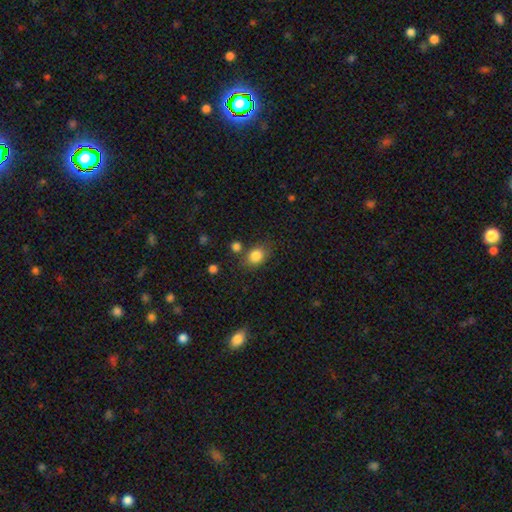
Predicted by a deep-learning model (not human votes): Q: Smooth or featured?
A: smooth (84%); runner-up: star or artifact (10%)
Q: How rounded?
A: in between (57%); runner-up: round (42%)
Q: Merging?
A: none (71%); runner-up: minor disturbance (15%)